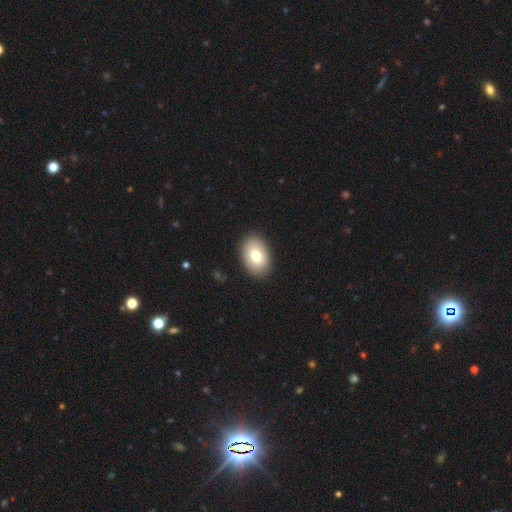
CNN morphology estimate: Smooth or featured?
  - smooth: 77% *
  - featured or disk: 15%
  - star or artifact: 7%
How rounded?
  - in between: 86% *
  - round: 13%
  - cigar-shaped: 1%
Merging?
  - none: 89% *
  - minor disturbance: 8%
  - major disturbance: 2%
  - merger: 1%